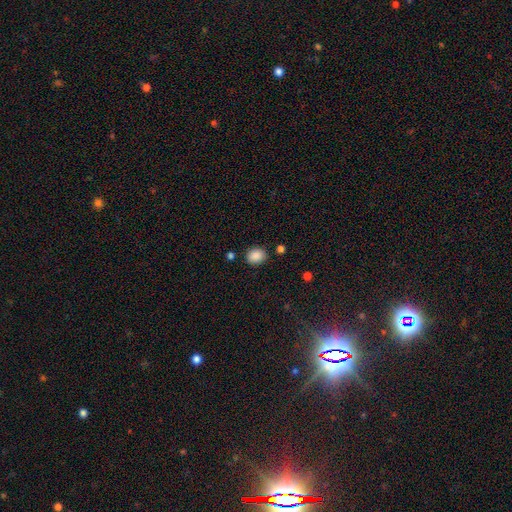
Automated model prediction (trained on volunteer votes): Smooth or featured?
  - smooth: 88% *
  - star or artifact: 9%
  - featured or disk: 3%
How rounded?
  - in between: 51% *
  - round: 48%
  - cigar-shaped: 1%
Merging?
  - none: 82% *
  - minor disturbance: 11%
  - merger: 3%
  - major disturbance: 3%